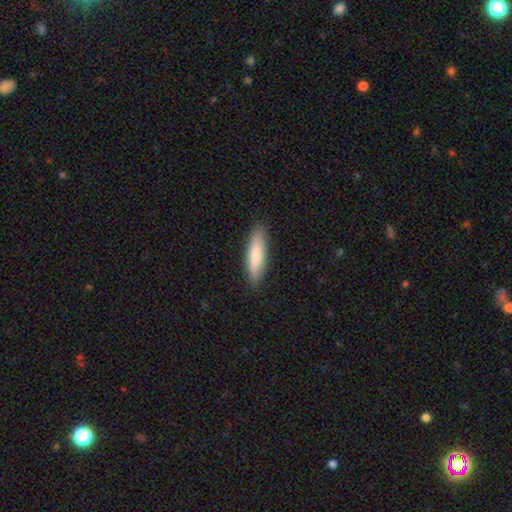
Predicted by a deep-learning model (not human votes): smooth 80%, featured or disk 14%, star or artifact 6%. Down the decision tree: how rounded — cigar-shaped (69%); merging — none (88%).